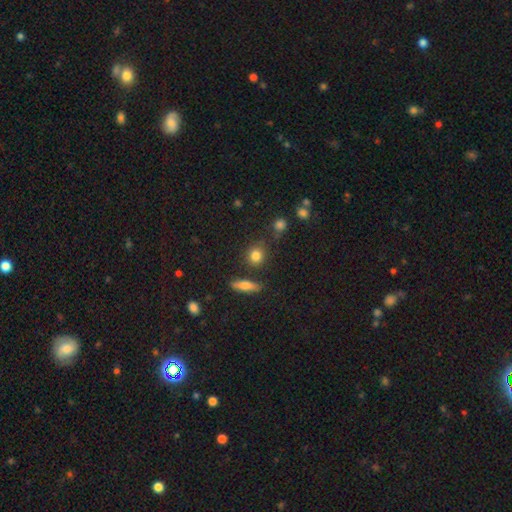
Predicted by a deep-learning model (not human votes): Overall: smooth (82%). How rounded: round (78%). Merging: none (76%).